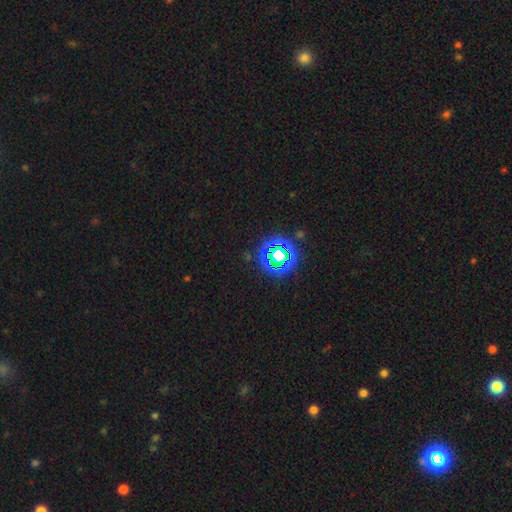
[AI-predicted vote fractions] smooth_or_featured: star or artifact (p=0.79) [alt: smooth p=0.15]